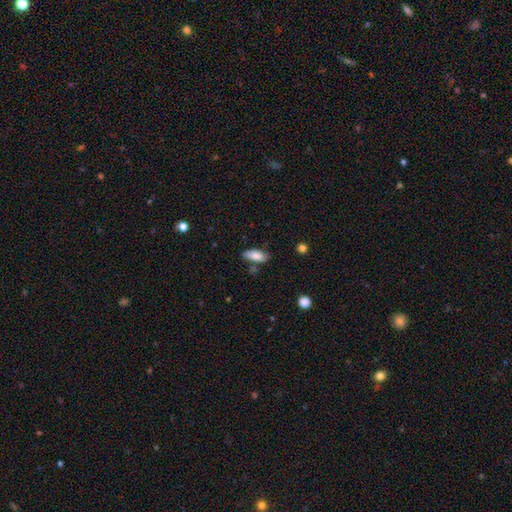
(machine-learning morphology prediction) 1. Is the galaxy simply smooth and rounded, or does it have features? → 77% smooth, 16% featured or disk, 7% star or artifact.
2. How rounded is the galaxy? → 82% in between, 16% cigar-shaped, 2% round.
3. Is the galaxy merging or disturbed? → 67% none, 22% minor disturbance, 6% merger, 5% major disturbance.